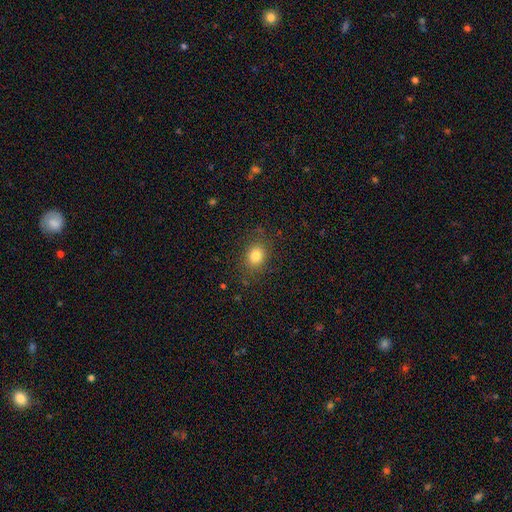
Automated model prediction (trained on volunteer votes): smooth_or_featured: smooth (p=0.82) [alt: star or artifact p=0.11]
how_rounded: round (p=0.57) [alt: in between p=0.42]
merging: none (p=0.82) [alt: minor disturbance p=0.12]